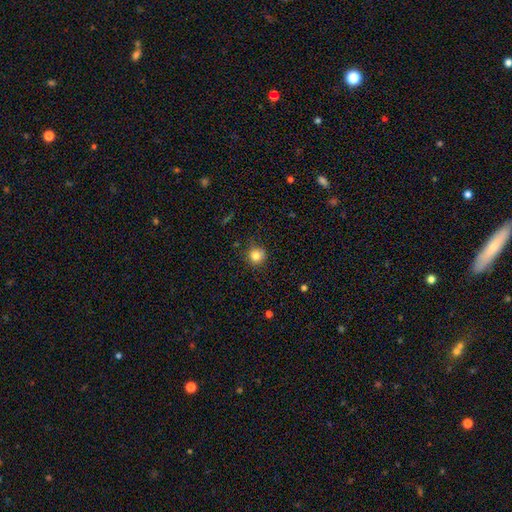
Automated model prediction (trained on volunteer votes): This appears to be a smooth galaxy with no disk features (83%) that is round (93%). Merging: none (86%).